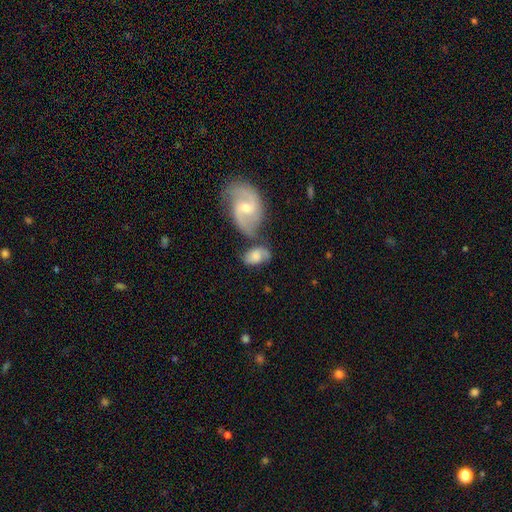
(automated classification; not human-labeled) Smooth or featured?
  - featured or disk: 51% *
  - smooth: 42%
  - star or artifact: 8%
Edge-on disk?
  - no: 96% *
  - yes: 4%
Merging?
  - none: 36% *
  - merger: 34%
  - minor disturbance: 19%
  - major disturbance: 10%